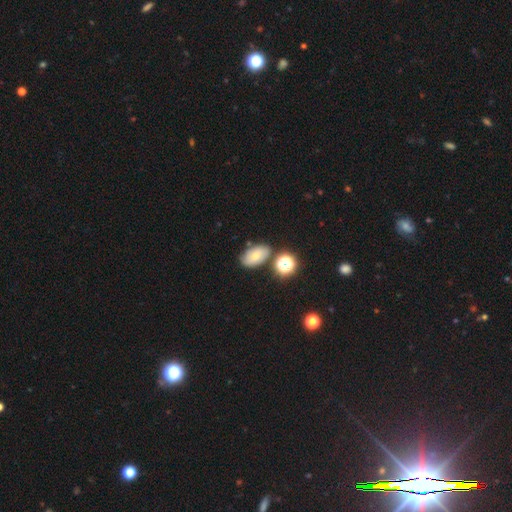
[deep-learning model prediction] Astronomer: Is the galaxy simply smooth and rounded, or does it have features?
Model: smooth — 67%.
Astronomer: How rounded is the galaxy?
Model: in between — 86%.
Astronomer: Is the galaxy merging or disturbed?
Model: none — 72%.